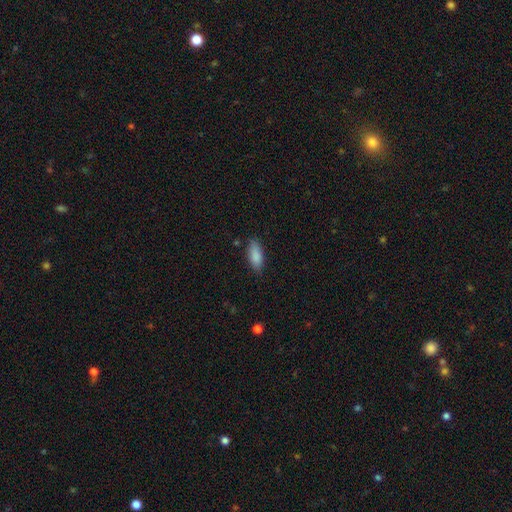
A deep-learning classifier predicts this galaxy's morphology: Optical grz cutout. It shows a smooth galaxy with no disk features (87%) that is in between round and cigar-shaped (81%). Merging: none (80%).